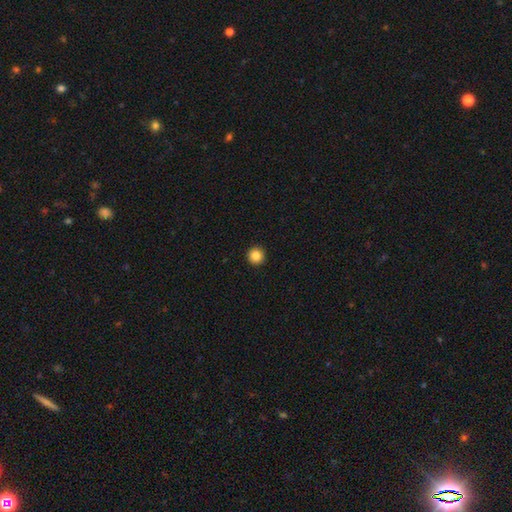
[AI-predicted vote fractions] smooth 85%, star or artifact 10%, featured or disk 4%. Down the decision tree: how rounded — round (96%); merging — none (94%).